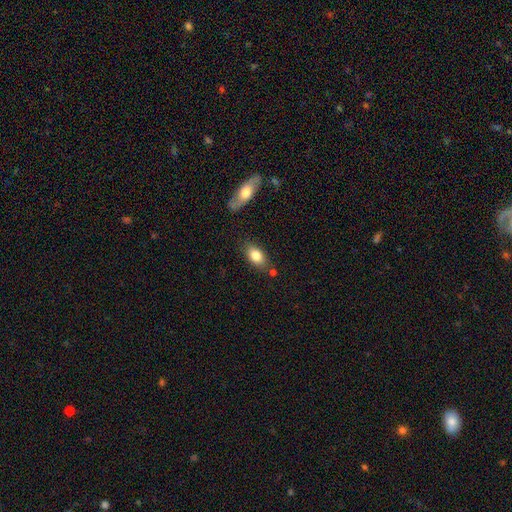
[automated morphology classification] This appears to be a smooth galaxy with no disk features (81%) that is in between round and cigar-shaped (87%). Merging: none (75%).